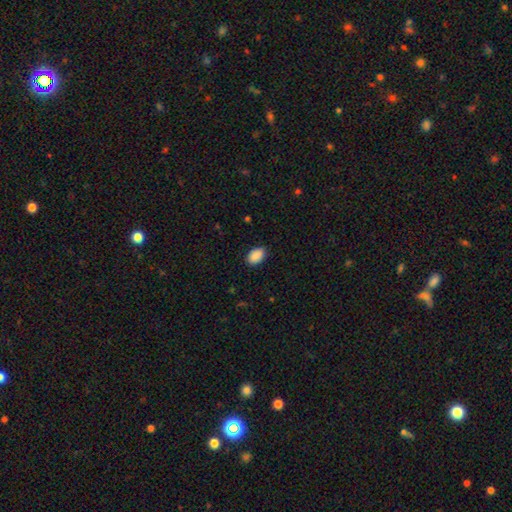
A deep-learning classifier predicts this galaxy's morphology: type=smooth (90%); roundness=in between (88%); merging=none (85%).